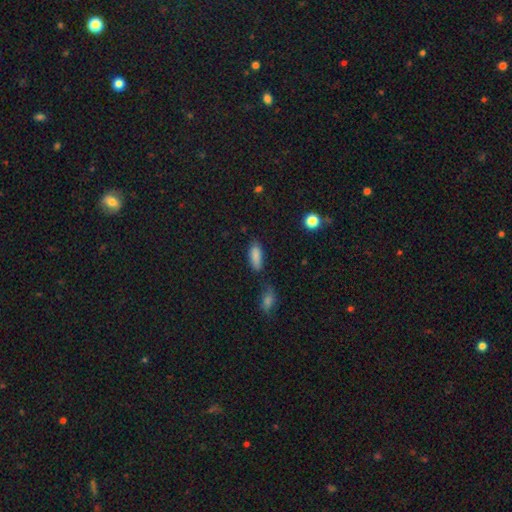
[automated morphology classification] Smooth or featured: smooth — 86% (star or artifact — 9%)
How rounded: in between — 74% (cigar-shaped — 23%)
Merging: none — 66% (minor disturbance — 20%)